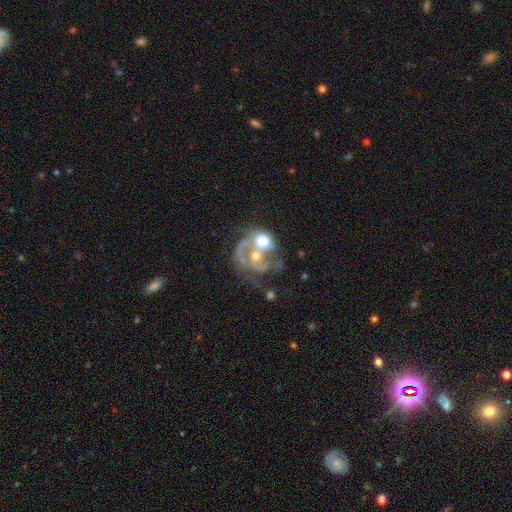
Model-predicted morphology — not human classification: Smooth or featured: featured or disk — 72% (smooth — 15%)
Edge-on disk: no — 98% (yes — 2%)
Bar: no — 68% (weak — 23%)
Spiral arms: yes — 78% (no — 22%)
Spiral winding: medium — 44% (loose — 29%)
Spiral arm count: 2 — 44% (1 — 30%)
Bulge size: moderate — 58% (small — 24%)
Merging: merger — 32% (none — 30%)